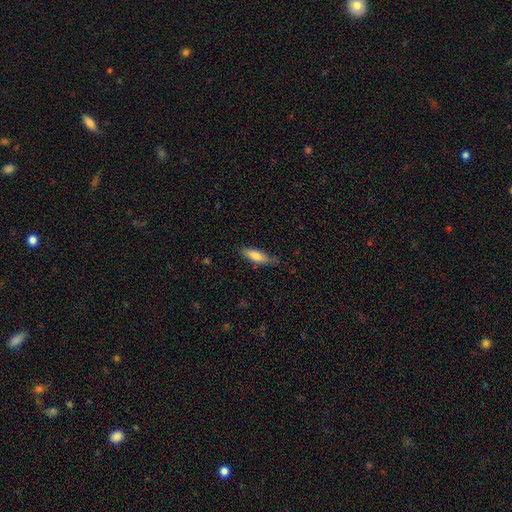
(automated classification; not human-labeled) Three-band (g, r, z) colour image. It shows a smooth galaxy with no disk features (74%) that is cigar-shaped (50%). Merging: none (75%).